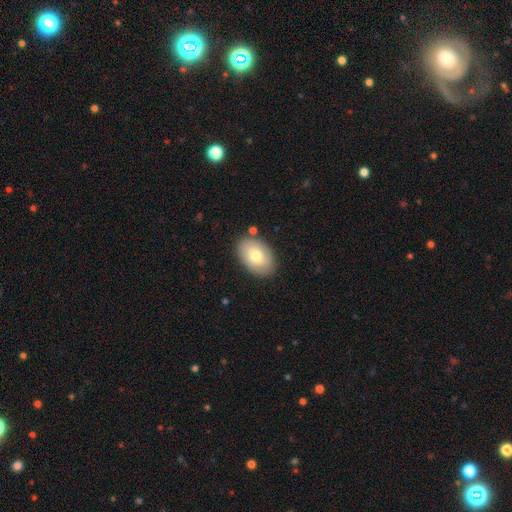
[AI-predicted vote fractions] This appears to be a smooth galaxy with no disk features (74%) that is in between round and cigar-shaped (88%). Merging: none (83%).